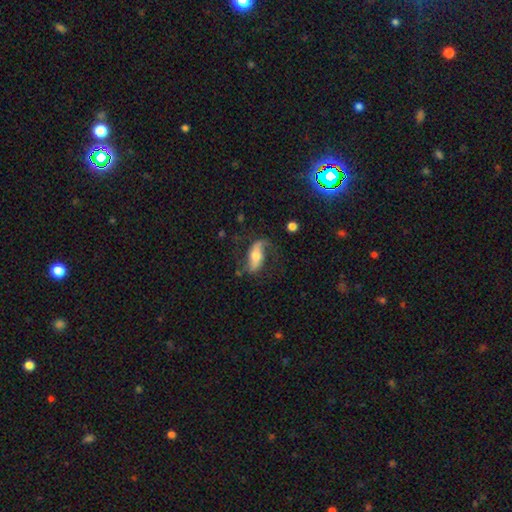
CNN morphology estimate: Q: Smooth or featured?
A: featured or disk (67%); runner-up: smooth (27%)
Q: Edge-on disk?
A: no (86%); runner-up: yes (14%)
Q: Bar?
A: no (38%); runner-up: strong (35%)
Q: Spiral arms?
A: yes (88%); runner-up: no (12%)
Q: Spiral winding?
A: loose (69%); runner-up: medium (23%)
Q: Spiral arm count?
A: 2 (81%); runner-up: 1 (12%)
Q: Bulge size?
A: moderate (62%); runner-up: small (23%)
Q: Merging?
A: none (61%); runner-up: minor disturbance (20%)